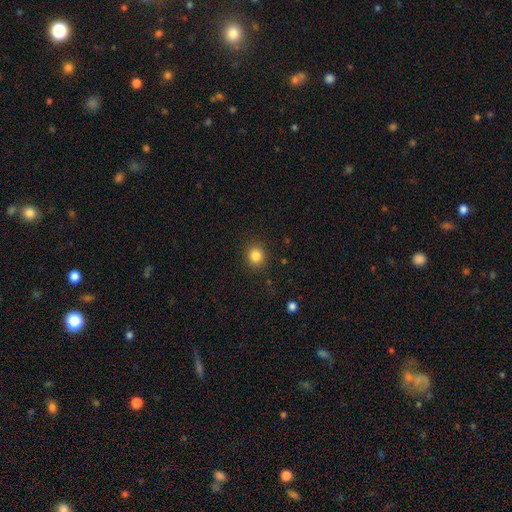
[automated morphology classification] smooth_or_featured: smooth (p=0.85) [alt: star or artifact p=0.11]
how_rounded: round (p=0.83) [alt: in between p=0.16]
merging: none (p=0.89) [alt: minor disturbance p=0.07]